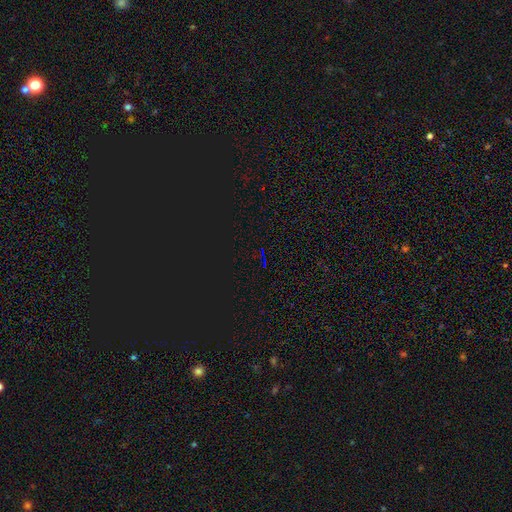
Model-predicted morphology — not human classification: smooth_or_featured: star or artifact (p=0.81) [alt: smooth p=0.11]